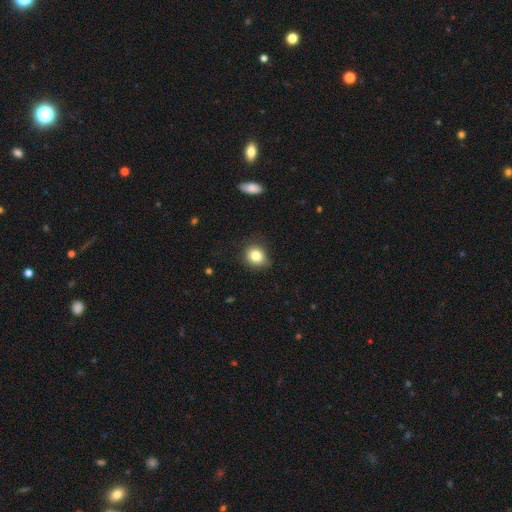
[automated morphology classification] Smooth or featured?
  - smooth: 81% *
  - star or artifact: 10%
  - featured or disk: 8%
How rounded?
  - round: 73% *
  - in between: 26%
  - cigar-shaped: 1%
Merging?
  - none: 76% *
  - minor disturbance: 19%
  - major disturbance: 4%
  - merger: 1%